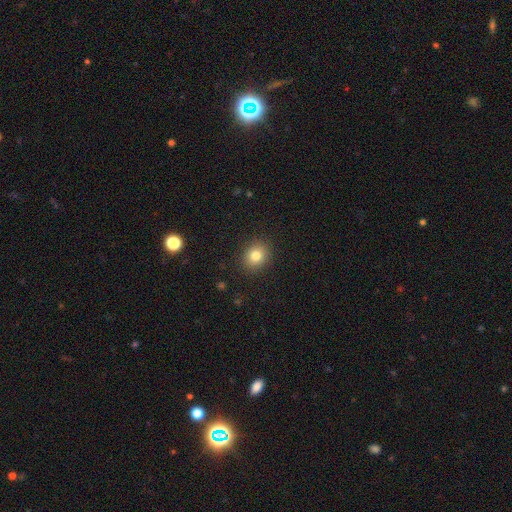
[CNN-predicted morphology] smooth 81%, star or artifact 11%, featured or disk 8%. Down the decision tree: how rounded — round (69%); merging — none (90%).